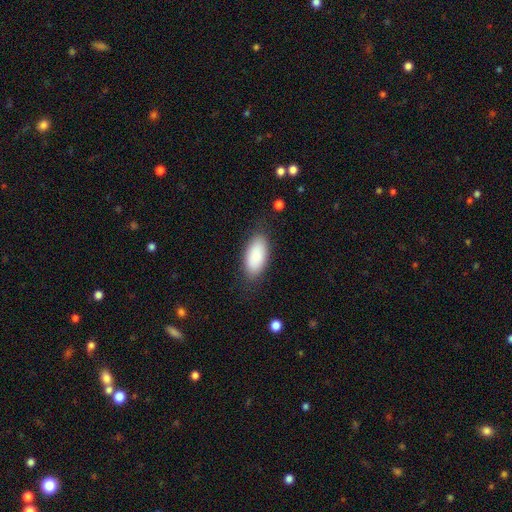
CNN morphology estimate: smooth 88%, star or artifact 6%, featured or disk 6%. Down the decision tree: how rounded — in between (92%); merging — none (83%).